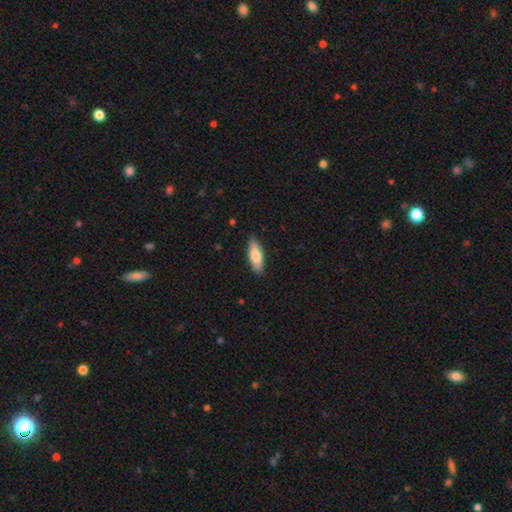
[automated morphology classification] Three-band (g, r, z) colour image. It shows a smooth galaxy with no disk features (72%) that is in between round and cigar-shaped (54%). Merging: none (88%).